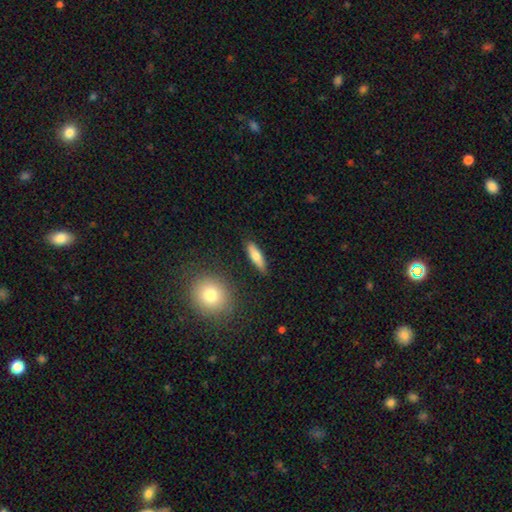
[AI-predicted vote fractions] Smooth or featured?
  - smooth: 71% *
  - featured or disk: 22%
  - star or artifact: 7%
How rounded?
  - cigar-shaped: 57% *
  - in between: 40%
  - round: 3%
Merging?
  - none: 85% *
  - minor disturbance: 10%
  - merger: 2%
  - major disturbance: 2%